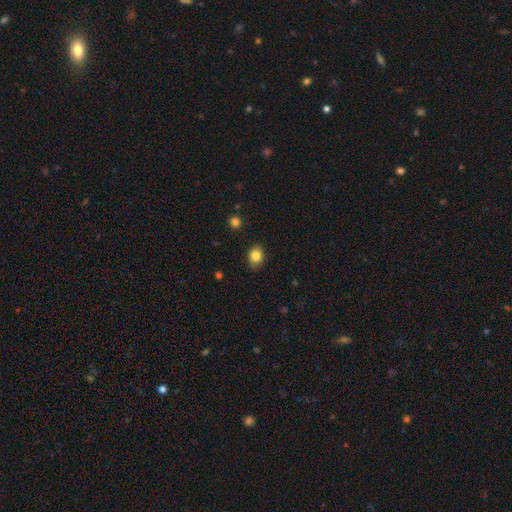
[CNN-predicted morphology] Q: Smooth or featured?
A: smooth (83%); runner-up: star or artifact (10%)
Q: How rounded?
A: round (50%); runner-up: in between (49%)
Q: Merging?
A: none (87%); runner-up: minor disturbance (9%)